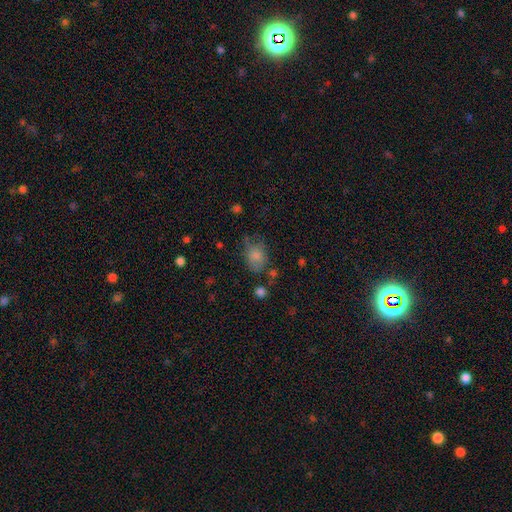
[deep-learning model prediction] The model was most divided on "merging": none: 51%, minor disturbance: 29%, major disturbance: 14%, merger: 6%. More confident: smooth or featured — smooth (79%); how rounded — in between (72%).